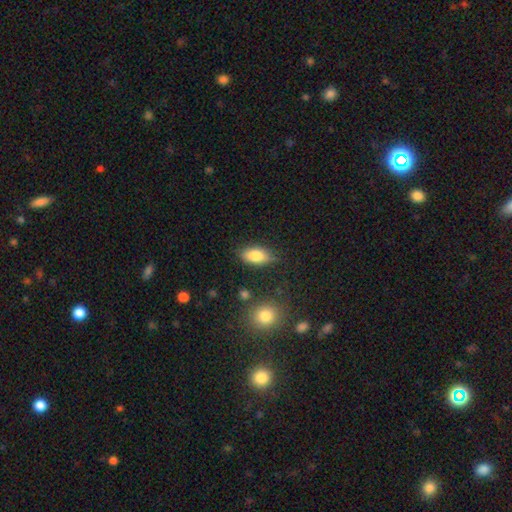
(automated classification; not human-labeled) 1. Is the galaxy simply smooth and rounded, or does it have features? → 81% smooth, 11% featured or disk, 7% star or artifact.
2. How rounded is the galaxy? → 88% in between, 7% cigar-shaped, 5% round.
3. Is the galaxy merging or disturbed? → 78% none, 16% minor disturbance, 4% major disturbance, 3% merger.